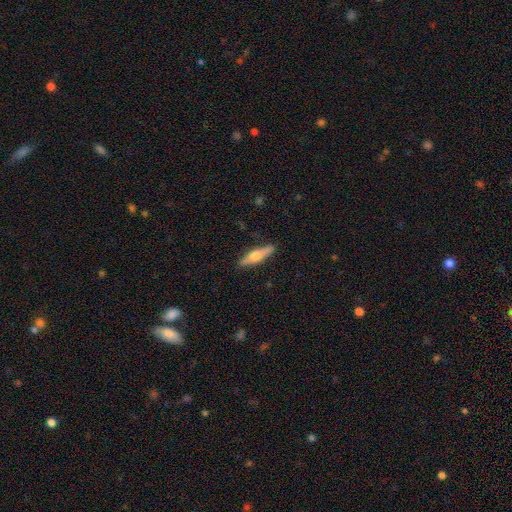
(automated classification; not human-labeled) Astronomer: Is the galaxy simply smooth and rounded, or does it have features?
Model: featured or disk — 55% (runner-up: smooth, 40%).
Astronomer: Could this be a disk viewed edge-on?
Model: yes — 95%.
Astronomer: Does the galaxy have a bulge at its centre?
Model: rounded — 92%.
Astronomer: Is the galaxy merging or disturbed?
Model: none — 89%.